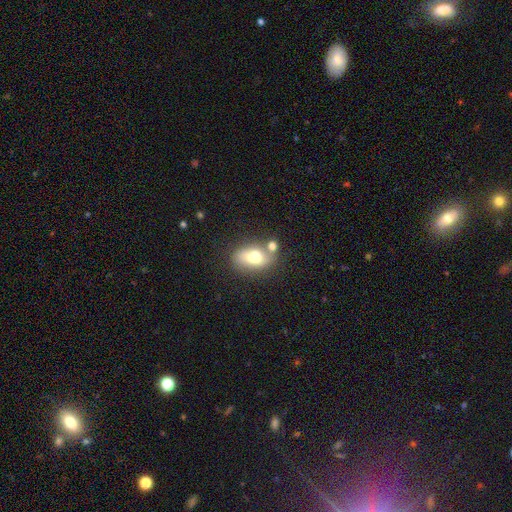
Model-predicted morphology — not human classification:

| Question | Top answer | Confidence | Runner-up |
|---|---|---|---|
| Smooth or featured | smooth | 64% | featured or disk (26%) |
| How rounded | in between | 82% | round (15%) |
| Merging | none | 49% | merger (27%) |